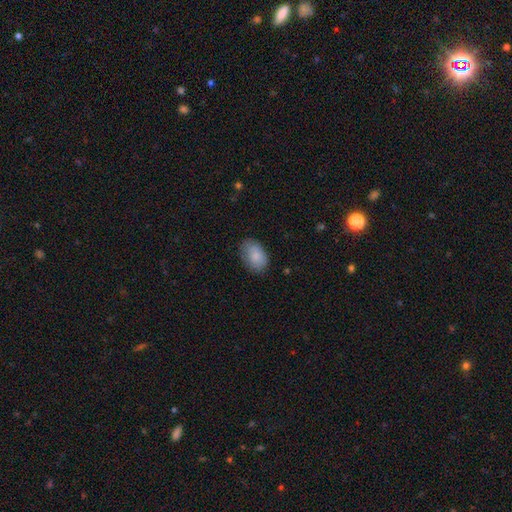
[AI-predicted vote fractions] Smooth or featured? Predicted: smooth (p=0.85). How rounded? Predicted: in between (p=0.87). Merging? Predicted: none (p=0.77).